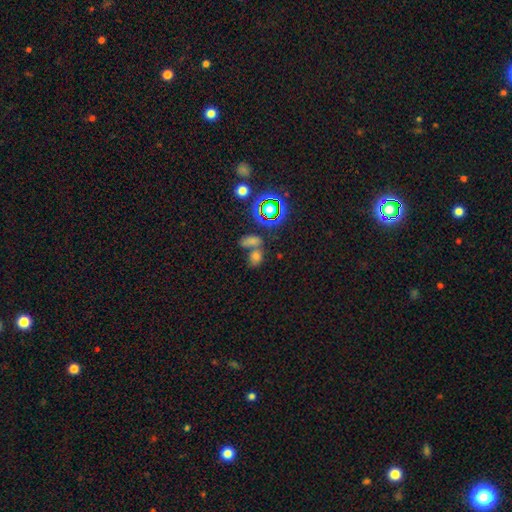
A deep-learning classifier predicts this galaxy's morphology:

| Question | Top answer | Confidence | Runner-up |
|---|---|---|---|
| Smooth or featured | smooth | 58% | star or artifact (31%) |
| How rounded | in between | 62% | round (35%) |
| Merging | merger | 47% | none (38%) |